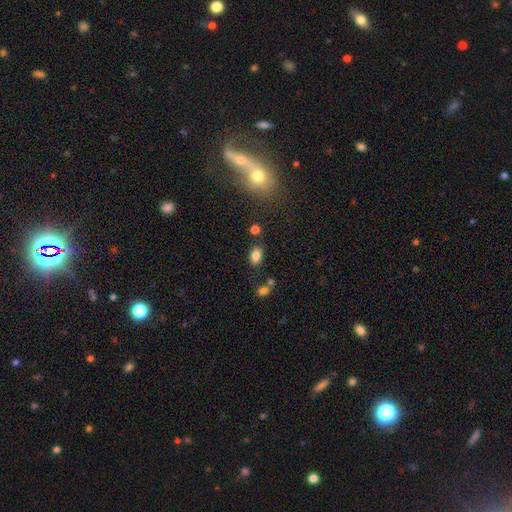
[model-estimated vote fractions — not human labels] The model was most divided on "merging": none: 76%, minor disturbance: 13%, merger: 7%, major disturbance: 4%. More confident: how rounded — in between (84%); smooth or featured — smooth (82%).